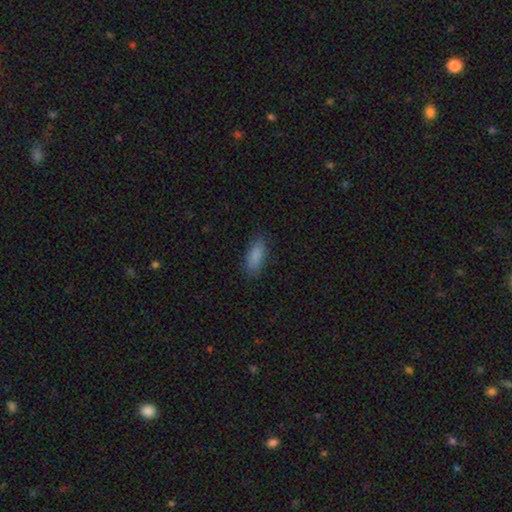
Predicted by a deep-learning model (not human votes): smooth 87%, star or artifact 7%, featured or disk 6%. Down the decision tree: how rounded — in between (80%); merging — none (85%).